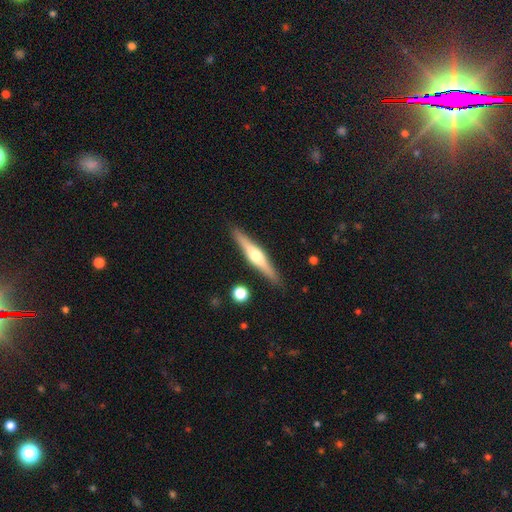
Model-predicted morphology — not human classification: The model was most divided on "smooth or featured": featured or disk: 69%, smooth: 26%, star or artifact: 5%. More confident: edge-on disk — yes (97%); edge-on bulge — rounded (93%); merging — none (89%).